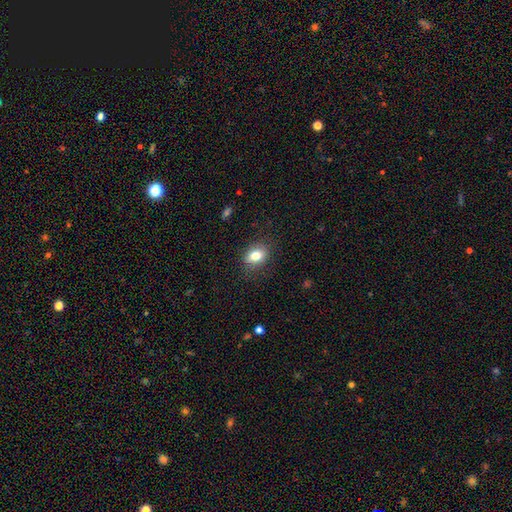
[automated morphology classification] Overall: smooth (79%). How rounded: in between (69%; round 29%). Merging: none (83%).